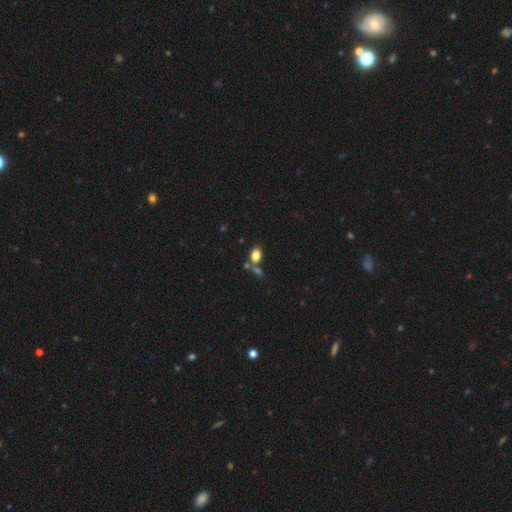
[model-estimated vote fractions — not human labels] Smooth or featured?
  - smooth: 80% *
  - star or artifact: 11%
  - featured or disk: 9%
How rounded?
  - in between: 79% *
  - round: 19%
  - cigar-shaped: 2%
Merging?
  - none: 56% *
  - merger: 28%
  - minor disturbance: 12%
  - major disturbance: 4%